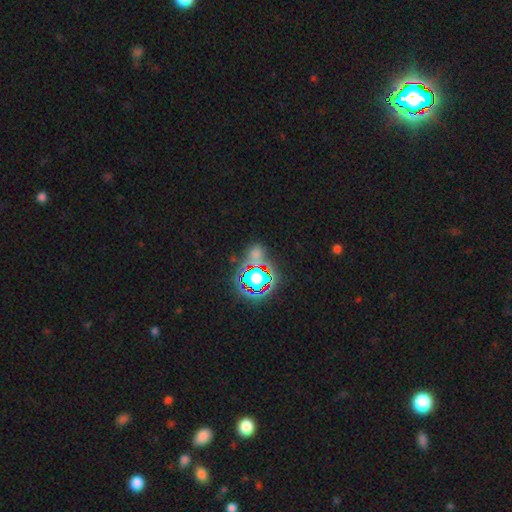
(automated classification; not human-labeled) This appears to be a star or artifact, not a galaxy (67%).